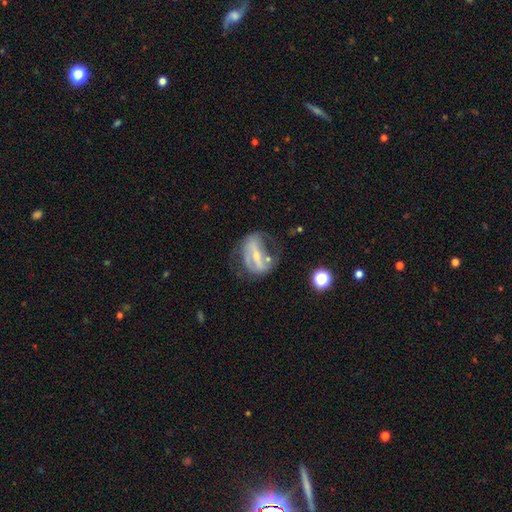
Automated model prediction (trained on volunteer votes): Q: Smooth or featured?
A: featured or disk (71%); runner-up: smooth (20%)
Q: Edge-on disk?
A: no (89%); runner-up: yes (11%)
Q: Bar?
A: strong (64%); runner-up: weak (22%)
Q: Spiral arms?
A: yes (56%); runner-up: no (44%)
Q: Bulge size?
A: small (56%); runner-up: moderate (35%)
Q: Merging?
A: none (37%); runner-up: major disturbance (31%)